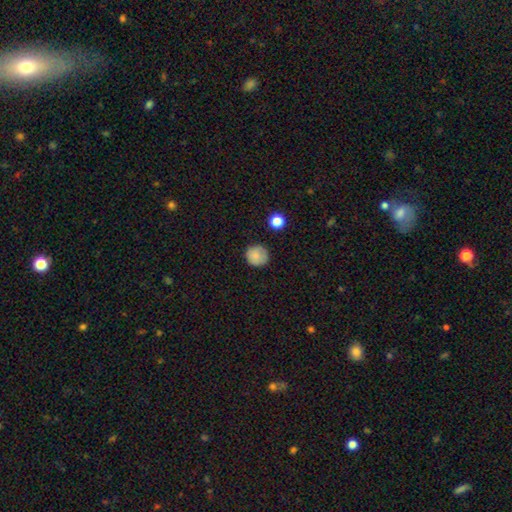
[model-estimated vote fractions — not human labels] Smooth or featured: smooth — 84% (star or artifact — 10%)
How rounded: round — 94% (in between — 5%)
Merging: none — 87% (minor disturbance — 10%)